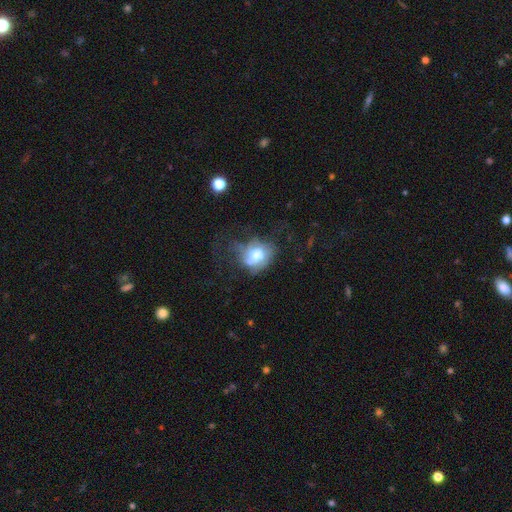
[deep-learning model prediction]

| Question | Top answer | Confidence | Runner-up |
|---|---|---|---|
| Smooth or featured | smooth | 45% | tied: featured or disk (45%) |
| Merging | none | 36% | major disturbance (35%) |